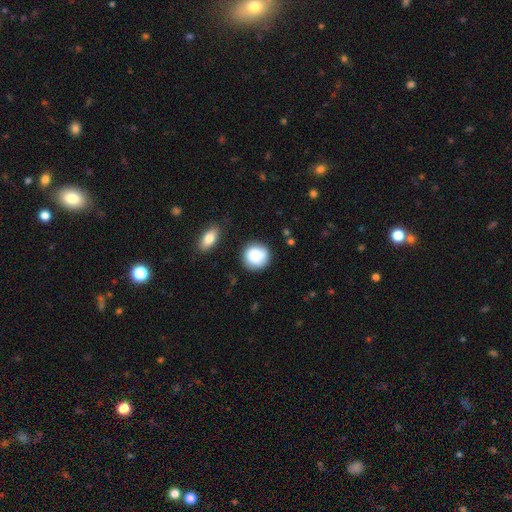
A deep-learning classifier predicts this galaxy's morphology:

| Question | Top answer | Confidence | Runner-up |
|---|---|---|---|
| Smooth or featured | smooth | 80% | featured or disk (13%) |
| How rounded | round | 91% | in between (8%) |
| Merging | none | 81% | minor disturbance (13%) |